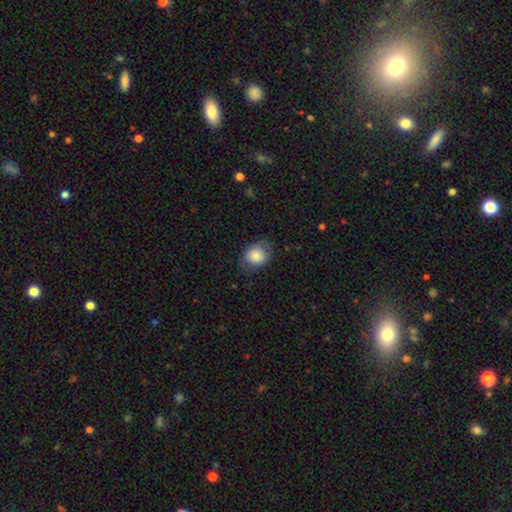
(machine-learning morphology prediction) A smooth galaxy with no disk features (76%) that is round (56%).

Vote fractions:
- Smooth or featured? smooth: 76% / featured or disk: 16% / star or artifact: 8%
- How rounded? round: 56% / in between: 43% / cigar-shaped: 1%
- Merging? none: 68% / minor disturbance: 22% / major disturbance: 9% / merger: 1%